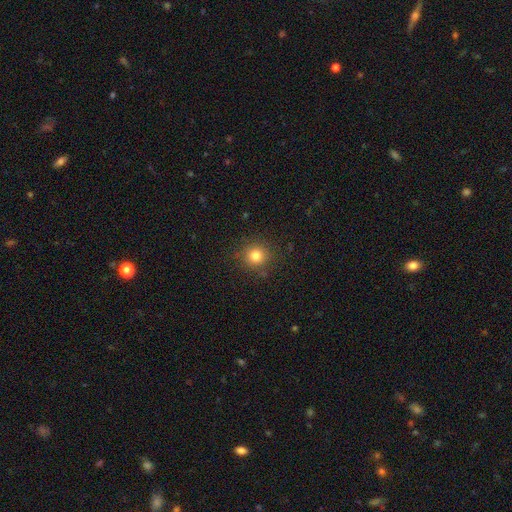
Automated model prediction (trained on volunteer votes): smooth_or_featured: smooth (p=0.80) [alt: star or artifact p=0.14]
how_rounded: round (p=0.92) [alt: in between p=0.07]
merging: none (p=0.88) [alt: minor disturbance p=0.08]